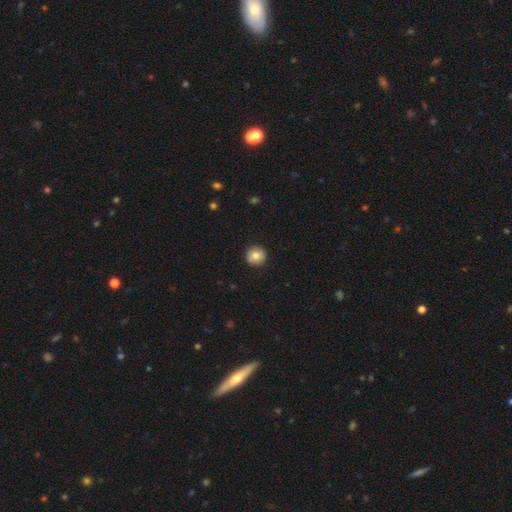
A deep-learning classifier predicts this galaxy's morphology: This appears to be a smooth galaxy with no disk features (80%) that is round (95%). Merging: none (92%).